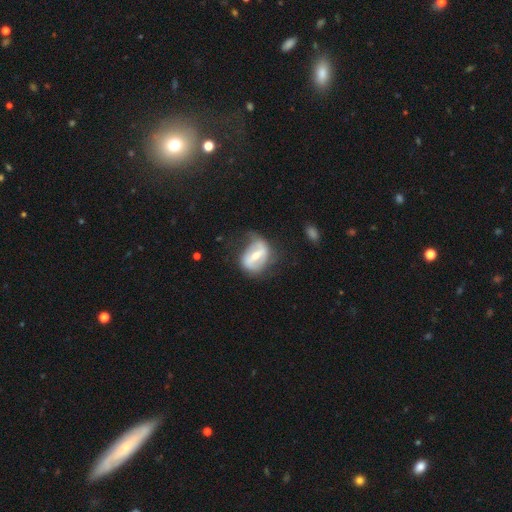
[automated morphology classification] Smooth or featured: featured or disk — 68% (smooth — 26%)
Edge-on disk: no — 93% (yes — 7%)
Bar: strong — 62% (weak — 28%)
Spiral arms: yes — 58% (no — 42%)
Bulge size: moderate — 57% (small — 35%)
Merging: none — 47% (minor disturbance — 29%)